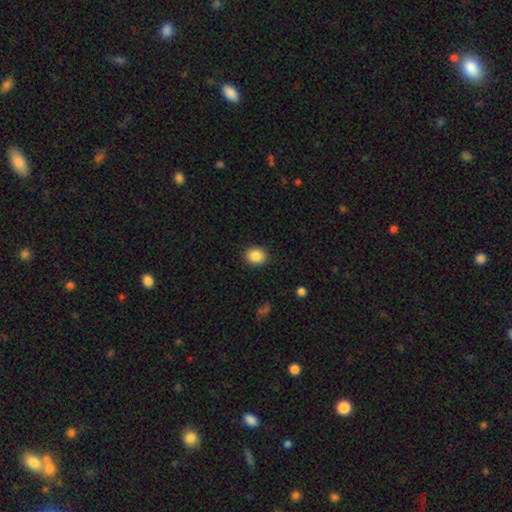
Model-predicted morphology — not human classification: smooth_or_featured: smooth (p=0.88) [alt: star or artifact p=0.09]
how_rounded: round (p=0.64) [alt: in between p=0.35]
merging: none (p=0.90) [alt: minor disturbance p=0.07]